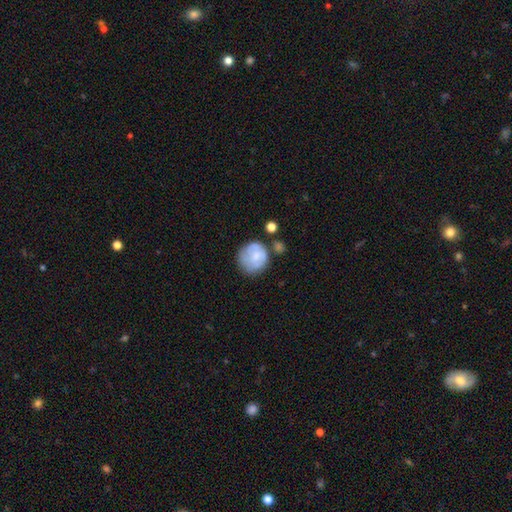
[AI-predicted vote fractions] Q: Smooth or featured?
A: smooth (60%); runner-up: featured or disk (33%)
Q: How rounded?
A: round (84%); runner-up: in between (15%)
Q: Merging?
A: none (55%); runner-up: minor disturbance (23%)